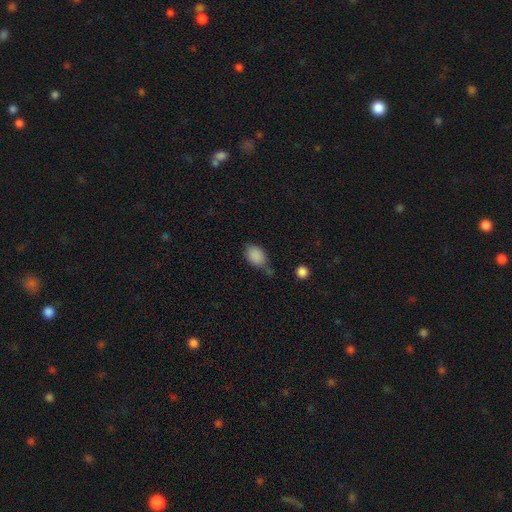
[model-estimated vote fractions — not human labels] Smooth or featured: smooth — 87% (star or artifact — 9%)
How rounded: in between — 78% (round — 21%)
Merging: none — 52% (minor disturbance — 29%)